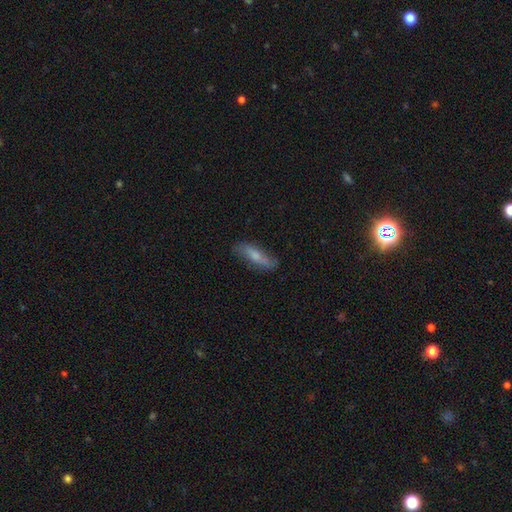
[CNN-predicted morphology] Smooth or featured? Predicted: smooth (p=0.61). How rounded? Predicted: cigar-shaped (p=0.61). Merging? Predicted: none (p=0.76).